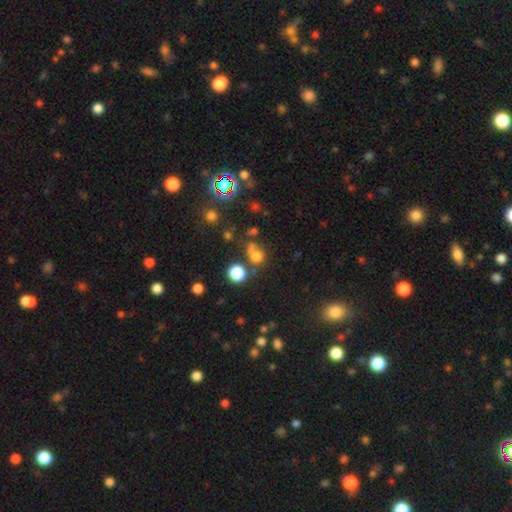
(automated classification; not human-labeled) smooth_or_featured: smooth (p=0.67) [alt: star or artifact p=0.23]
how_rounded: round (p=0.78) [alt: in between p=0.21]
merging: none (p=0.50) [alt: merger p=0.25]